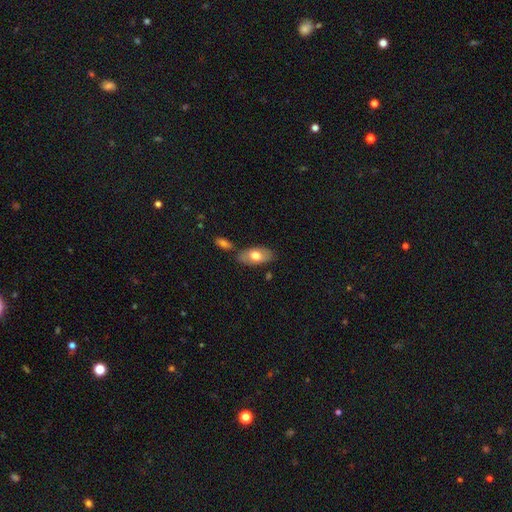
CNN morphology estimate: A smooth galaxy with no disk features (68%) that is in between round and cigar-shaped (93%). Merging: none (75%).